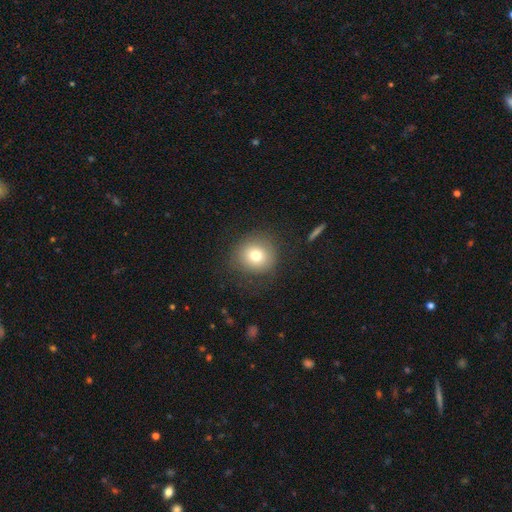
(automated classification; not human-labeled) smooth 75%, featured or disk 14%, star or artifact 11%. Down the decision tree: how rounded — round (89%); merging — none (80%).